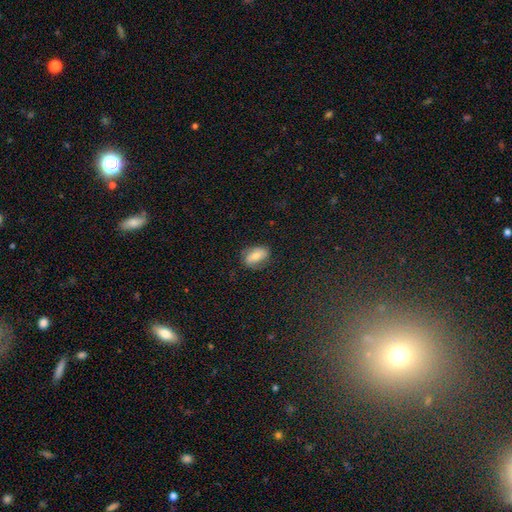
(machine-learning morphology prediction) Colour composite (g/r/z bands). It shows a smooth galaxy with no disk features (62%) that is in between round and cigar-shaped (87%). Merging: none (74%).